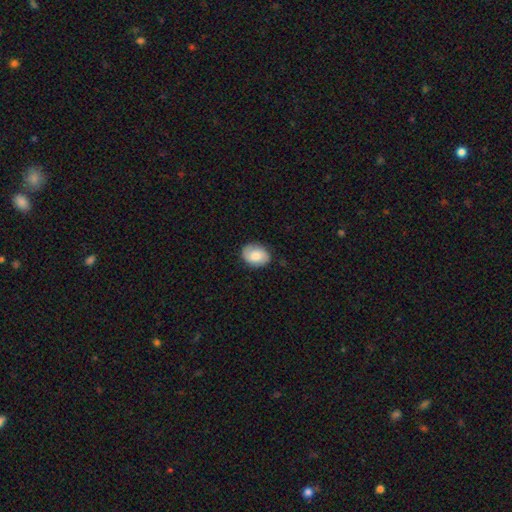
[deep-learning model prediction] Q: Smooth or featured?
A: smooth (61%); runner-up: featured or disk (31%)
Q: How rounded?
A: in between (64%); runner-up: round (35%)
Q: Merging?
A: none (82%); runner-up: minor disturbance (14%)